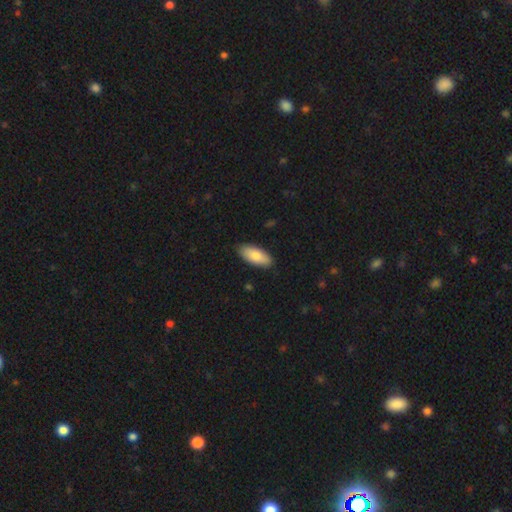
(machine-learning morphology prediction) This appears to be a smooth galaxy with no disk features (84%) that is in between round and cigar-shaped (87%). Merging: none (87%).